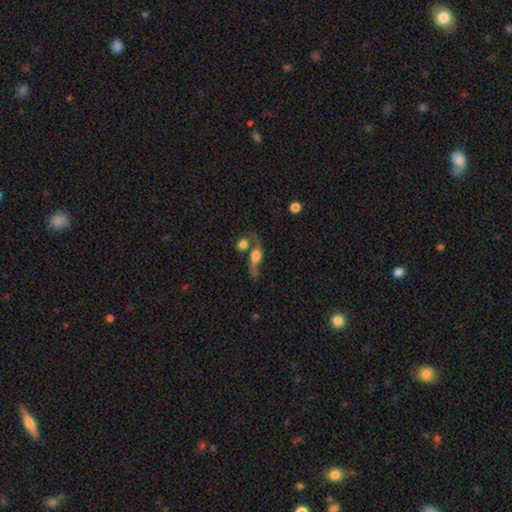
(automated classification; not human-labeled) The model was most divided on "merging": merger: 36%, none: 32%, major disturbance: 19%, minor disturbance: 14%. More confident: edge-on disk — no (74%); smooth or featured — featured or disk (54%).